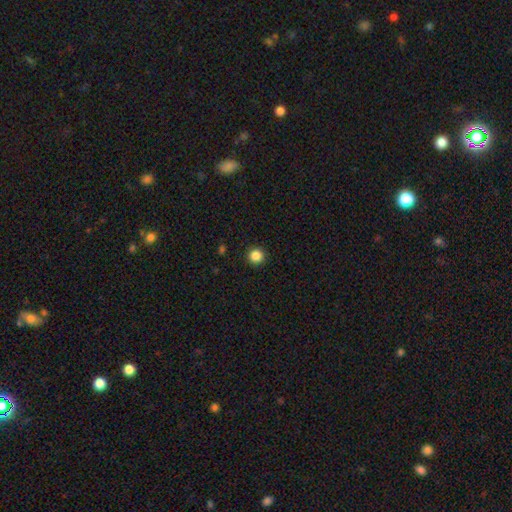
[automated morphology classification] Smooth or featured? Predicted: smooth (p=0.86). How rounded? Predicted: round (p=0.96). Merging? Predicted: none (p=0.93).